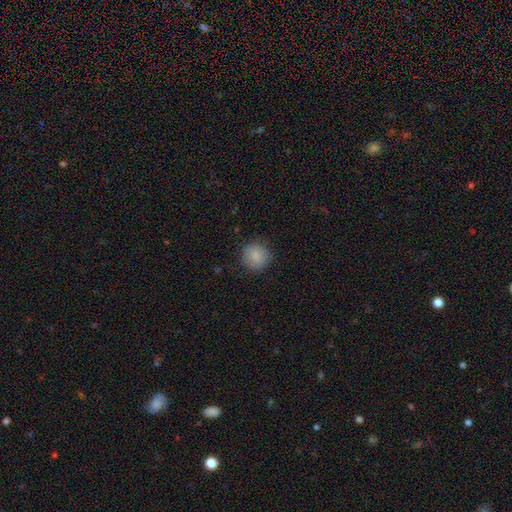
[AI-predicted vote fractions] Smooth or featured? Predicted: smooth (p=0.87). How rounded? Predicted: round (p=0.90). Merging? Predicted: none (p=0.85).